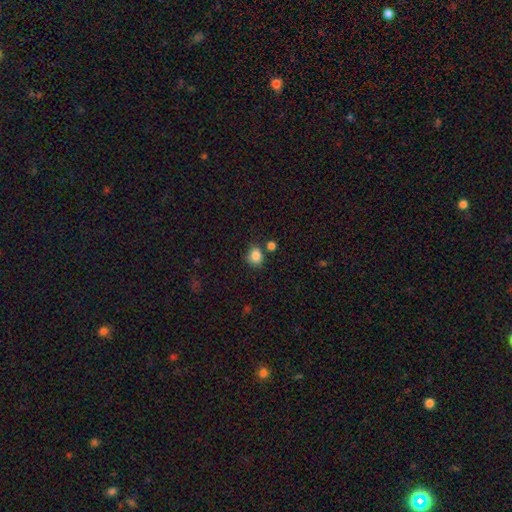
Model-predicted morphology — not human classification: Smooth or featured: smooth — 85% (star or artifact — 10%)
How rounded: round — 63% (in between — 36%)
Merging: none — 68% (minor disturbance — 16%)